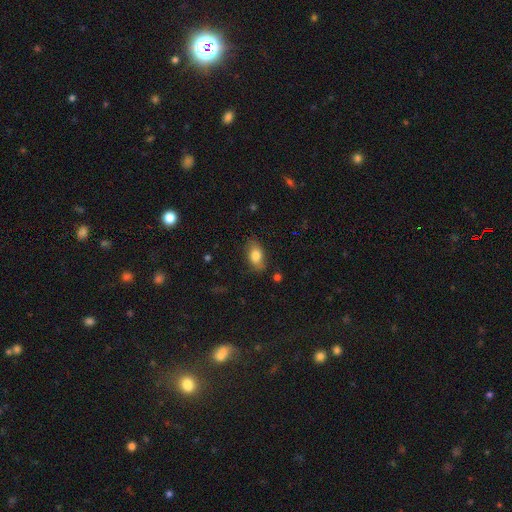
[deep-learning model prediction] This is clearly a smooth galaxy (81%). How rounded: clearly in between (88%). Merging: likely none (75%).